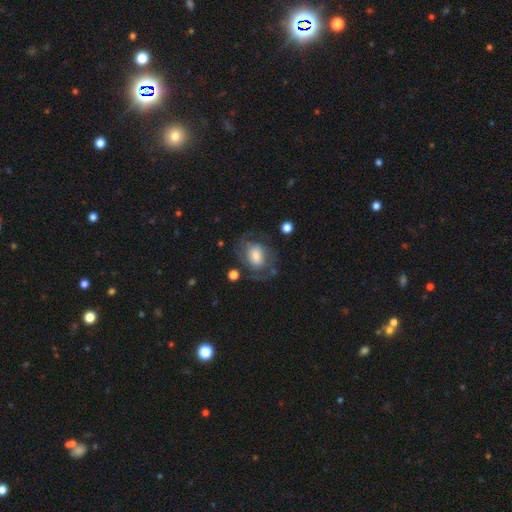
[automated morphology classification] Smooth or featured? Predicted: featured or disk (p=0.65). Edge-on disk? Predicted: no (p=0.97). Bar? Predicted: no (p=0.61). Spiral arms? Predicted: yes (p=0.82). Spiral winding? Predicted: medium (p=0.44). Spiral arm count? Predicted: 2 (p=0.63). Bulge size? Predicted: moderate (p=0.38). Merging? Predicted: none (p=0.63).